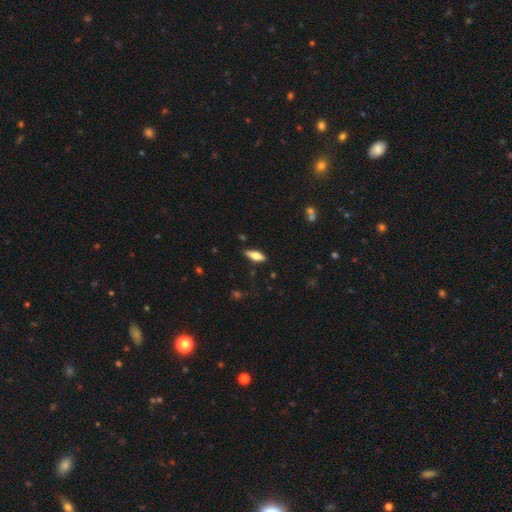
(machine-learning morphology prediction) smooth 66%, featured or disk 27%, star or artifact 7%. Down the decision tree: how rounded — in between (67%); merging — none (79%).